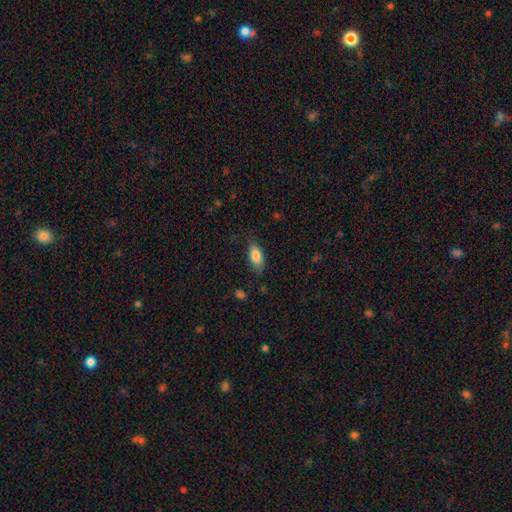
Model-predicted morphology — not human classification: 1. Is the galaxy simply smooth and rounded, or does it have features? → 85% smooth, 8% featured or disk, 7% star or artifact.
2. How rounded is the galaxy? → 88% in between, 9% cigar-shaped, 3% round.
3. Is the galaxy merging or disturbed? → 75% none, 19% minor disturbance, 5% major disturbance, 1% merger.